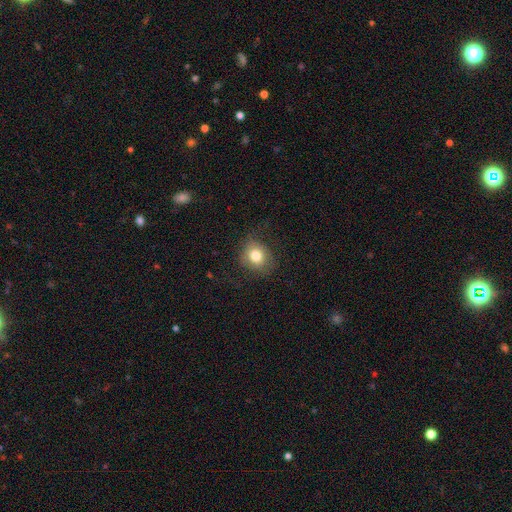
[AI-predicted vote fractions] This appears to be a smooth galaxy with no disk features (78%) that is round (71%). Merging: none (73%).